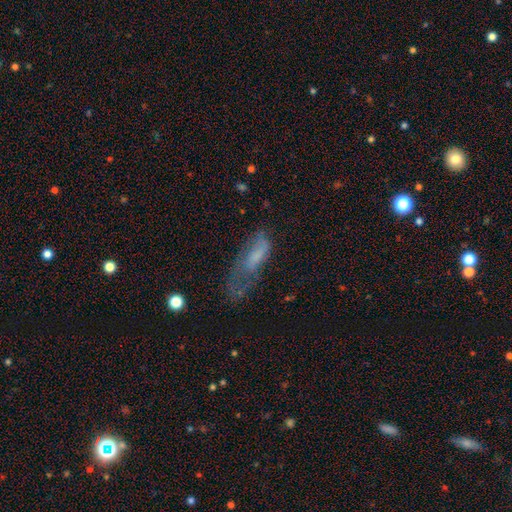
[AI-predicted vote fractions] Smooth or featured? smooth (53%)
How rounded? in between (65%)
Merging? major disturbance (45%)